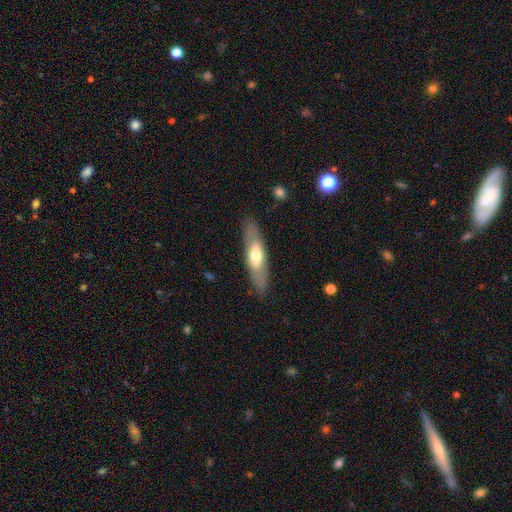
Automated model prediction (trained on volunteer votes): A smooth galaxy with no disk features (50%) that is cigar-shaped (52%). Merging: none (85%).